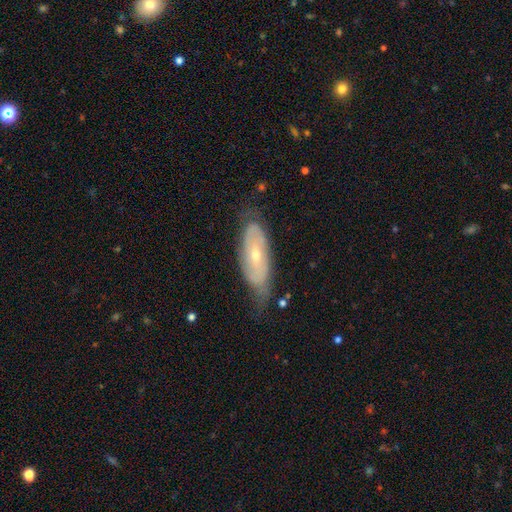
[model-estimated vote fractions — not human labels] smooth-or-featured: featured or disk: 67% | smooth: 26% | star or artifact: 7%
  disk-edge-on: no: 83% | yes: 17%
    bar: no: 58% | weak: 31% | strong: 11%
    has-spiral-arms: yes: 74% | no: 26%
    bulge-size: small: 57% | moderate: 40% | large: 1% | none: 1% | dominant: 1%
  merging: none: 60% | minor disturbance: 29% | major disturbance: 9% | merger: 2%